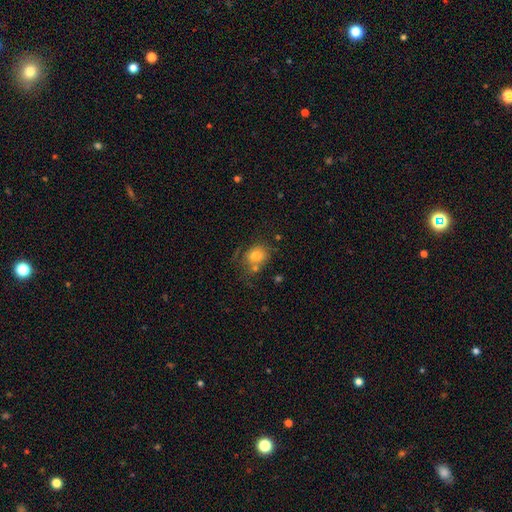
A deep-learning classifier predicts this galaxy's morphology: smooth-or-featured: smooth: 78% | featured or disk: 12% | star or artifact: 11%
  how-rounded: round: 55% | in between: 44% | cigar-shaped: 1%
  merging: none: 54% | minor disturbance: 21% | merger: 16% | major disturbance: 9%